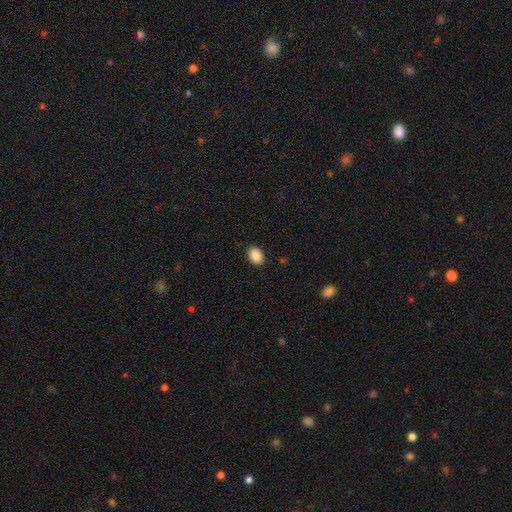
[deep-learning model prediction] smooth 88%, star or artifact 8%, featured or disk 5%. Down the decision tree: how rounded — in between (75%); merging — none (89%).